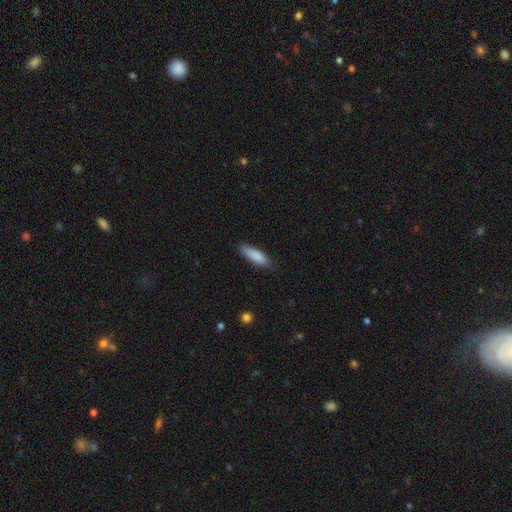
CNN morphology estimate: Smooth or featured? smooth (85%)
How rounded? cigar-shaped (55%)
Merging? none (79%)